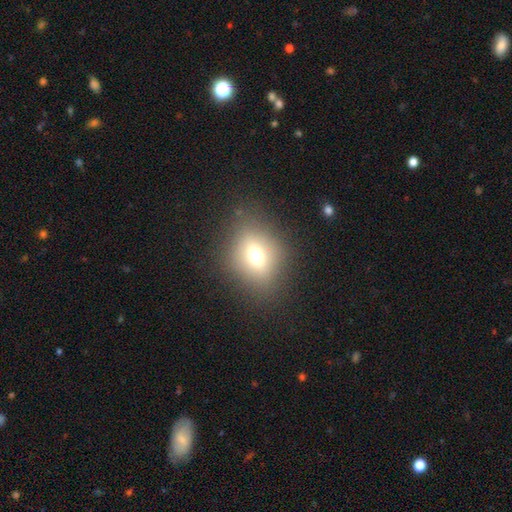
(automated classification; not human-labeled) This is likely a smooth galaxy (65%). How rounded: possibly in between (50%). Merging: clearly none (80%).